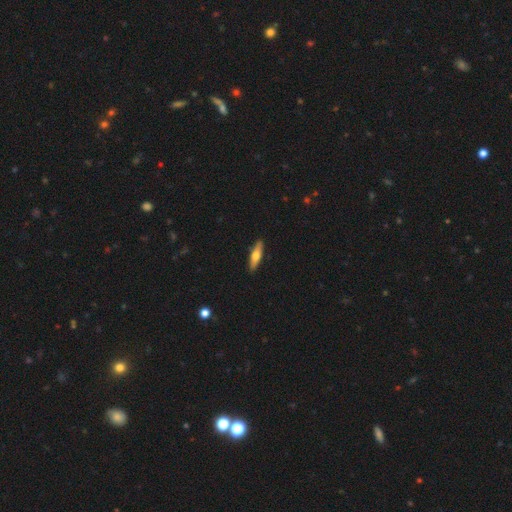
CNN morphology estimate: type=smooth (58%); roundness=cigar-shaped (73%); merging=none (91%).